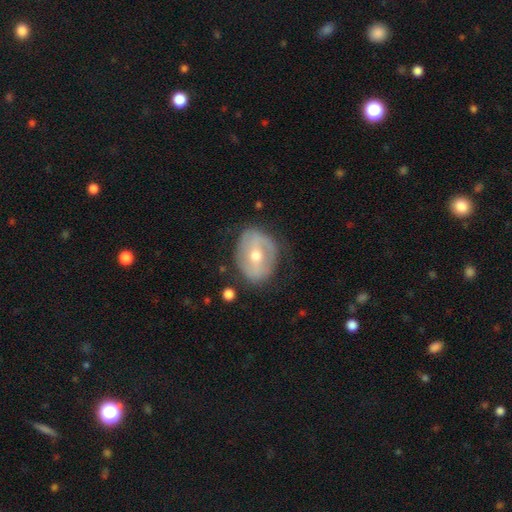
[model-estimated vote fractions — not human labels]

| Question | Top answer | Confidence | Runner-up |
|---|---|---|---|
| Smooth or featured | featured or disk | 64% | smooth (30%) |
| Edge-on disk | no | 94% | yes (6%) |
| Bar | weak | 40% | strong (34%) |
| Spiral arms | no | 53% | yes (47%) |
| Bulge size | moderate | 70% | small (25%) |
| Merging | none | 75% | minor disturbance (18%) |